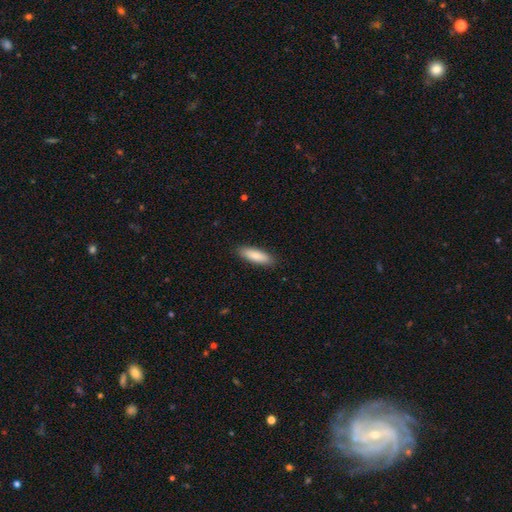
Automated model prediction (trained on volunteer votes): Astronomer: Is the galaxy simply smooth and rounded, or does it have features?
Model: smooth — 85%.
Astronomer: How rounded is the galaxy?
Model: cigar-shaped — 55% (runner-up: in between, 44%).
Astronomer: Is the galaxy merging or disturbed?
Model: none — 89%.